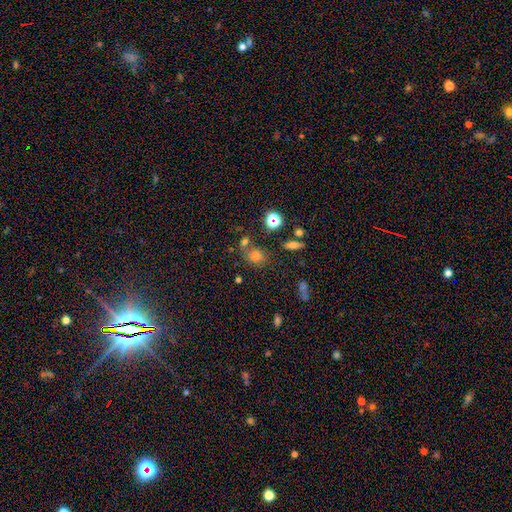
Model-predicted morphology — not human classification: Smooth or featured?
  - smooth: 61% *
  - star or artifact: 28%
  - featured or disk: 11%
How rounded?
  - round: 64% *
  - in between: 33%
  - cigar-shaped: 2%
Merging?
  - none: 64% *
  - merger: 17%
  - minor disturbance: 14%
  - major disturbance: 6%